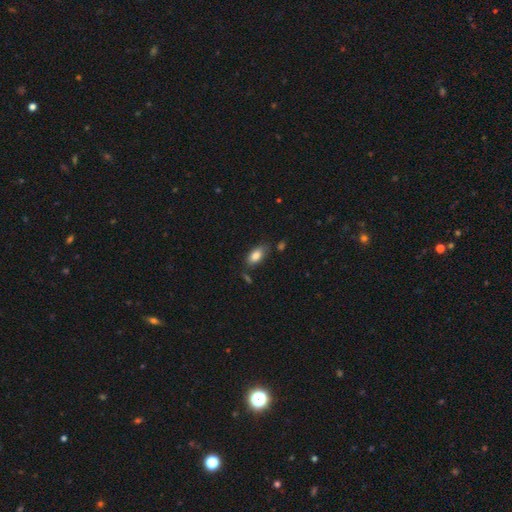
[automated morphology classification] type=smooth (83%); roundness=in between (91%); merging=none (74%).